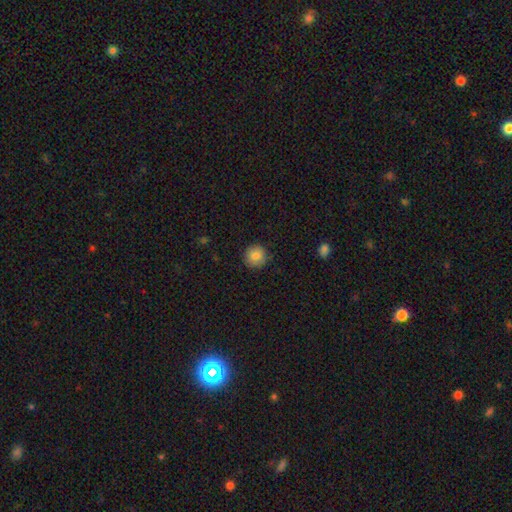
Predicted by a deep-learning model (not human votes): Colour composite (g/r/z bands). It shows a smooth galaxy with no disk features (84%) that is round (92%). Merging: none (86%).